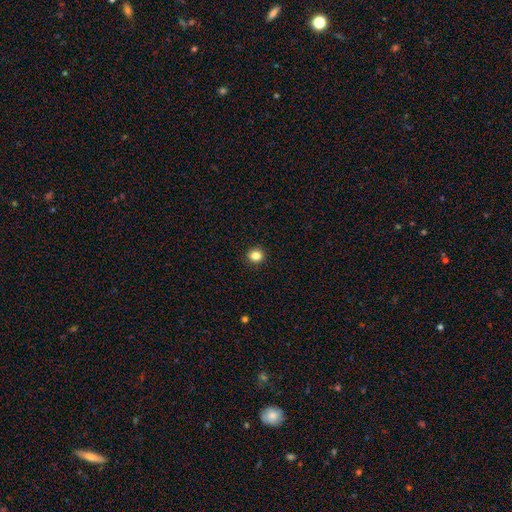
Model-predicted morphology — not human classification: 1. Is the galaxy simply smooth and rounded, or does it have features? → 84% smooth, 12% star or artifact, 5% featured or disk.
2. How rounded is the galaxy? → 86% round, 13% in between, 1% cigar-shaped.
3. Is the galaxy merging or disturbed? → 92% none, 5% minor disturbance, 2% major disturbance, 1% merger.